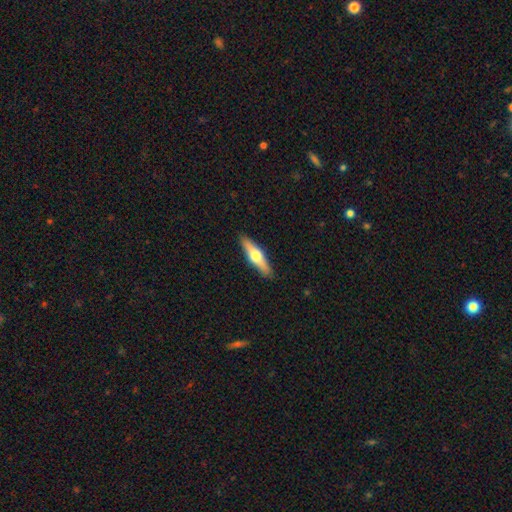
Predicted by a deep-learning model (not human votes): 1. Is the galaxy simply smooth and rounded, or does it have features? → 55% featured or disk, 39% smooth, 5% star or artifact.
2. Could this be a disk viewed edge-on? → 94% yes, 6% no.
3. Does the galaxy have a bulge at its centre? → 95% rounded, 3% boxy, 2% none.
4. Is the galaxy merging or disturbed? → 90% none, 7% minor disturbance, 2% major disturbance, 1% merger.